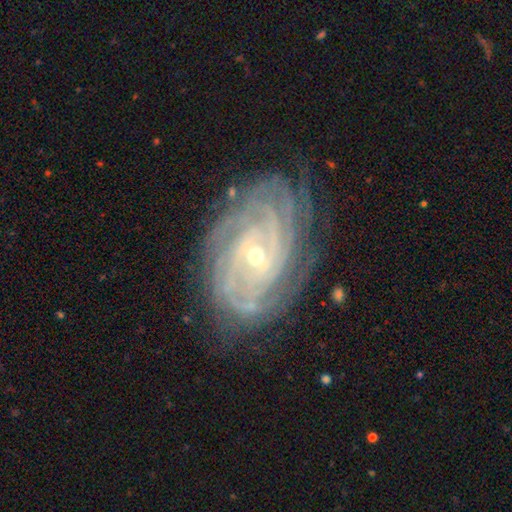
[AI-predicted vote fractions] The model was most divided on "spiral arm count": can't tell: 26%, 4: 23%, more than 4: 19%, 3: 14%, 2: 11%, 1: 8%. Remaining: spiral arms — yes (98%); edge-on disk — no (96%); smooth or featured — featured or disk (90%); spiral winding — tight (82%); merging — none (79%); bulge size — small (64%); bar — no (44%).